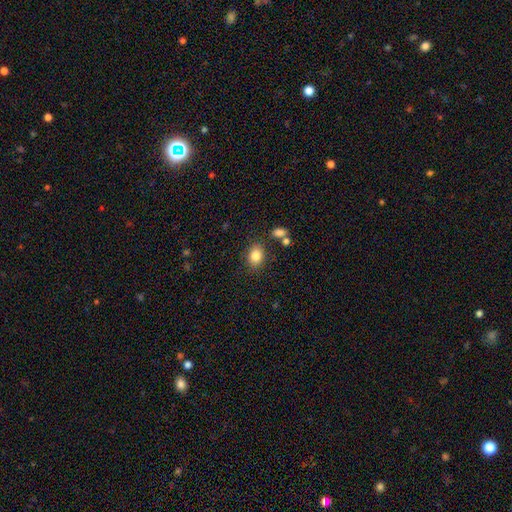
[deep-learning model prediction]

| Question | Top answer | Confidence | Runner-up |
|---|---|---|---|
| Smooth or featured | smooth | 84% | star or artifact (9%) |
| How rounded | in between | 62% | round (37%) |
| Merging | none | 80% | minor disturbance (11%) |